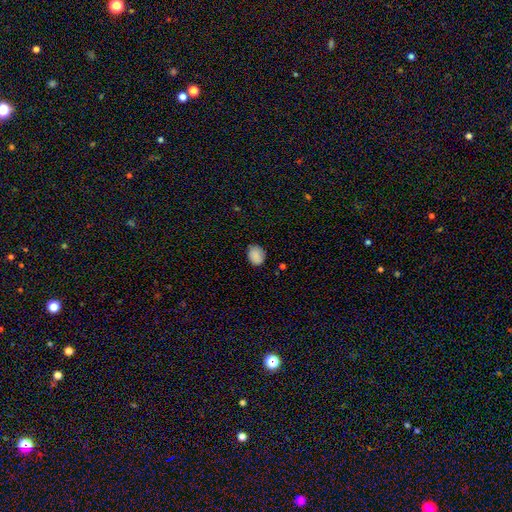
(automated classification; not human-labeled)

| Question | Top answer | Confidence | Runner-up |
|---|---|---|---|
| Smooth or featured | smooth | 87% | star or artifact (8%) |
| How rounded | round | 56% | in between (44%) |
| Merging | none | 78% | minor disturbance (17%) |